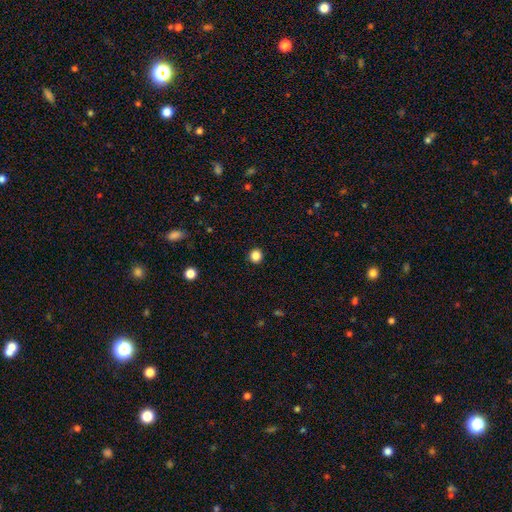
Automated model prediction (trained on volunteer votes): The model was most divided on "smooth or featured": smooth: 86%, star or artifact: 11%, featured or disk: 3%. More confident: how rounded — round (94%); merging — none (93%).